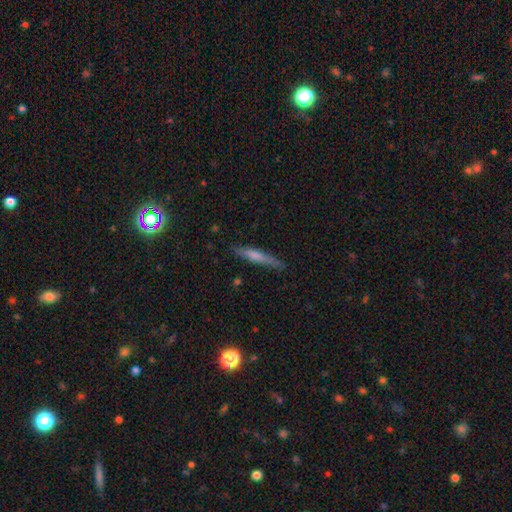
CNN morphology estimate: A smooth galaxy with no disk features (59%) that is cigar-shaped (93%). Merging: none (82%).